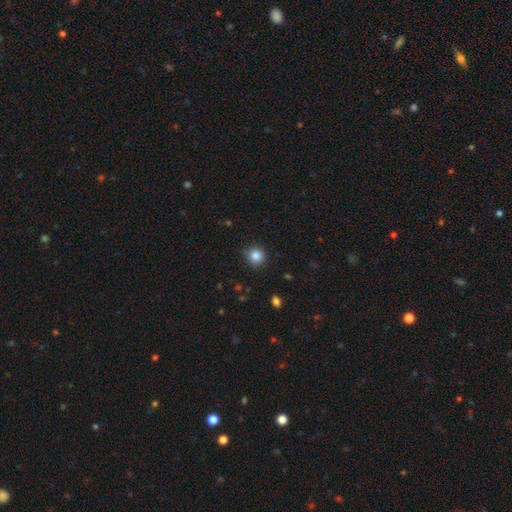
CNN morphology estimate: type=smooth (85%); roundness=round (93%); merging=none (87%).